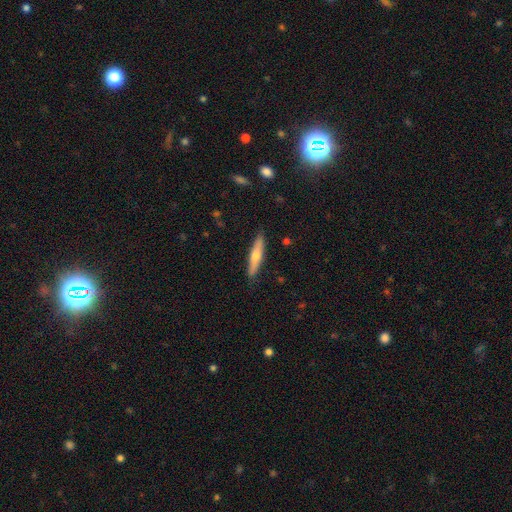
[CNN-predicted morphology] smooth-or-featured: smooth: 49% | featured or disk: 45% | star or artifact: 6%
  merging: none: 88% | minor disturbance: 9% | major disturbance: 2% | merger: 1%